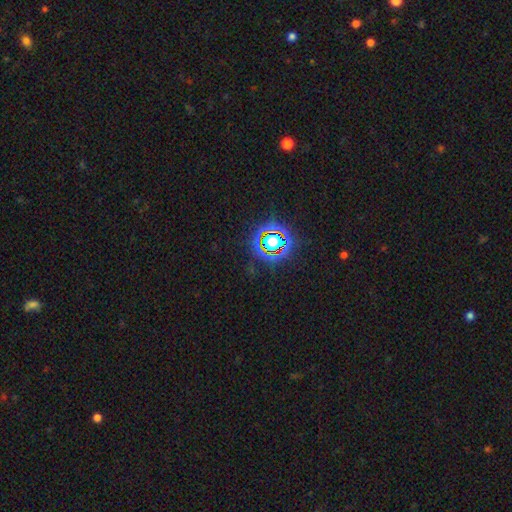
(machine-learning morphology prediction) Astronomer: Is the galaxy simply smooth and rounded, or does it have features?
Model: star or artifact — 80%.